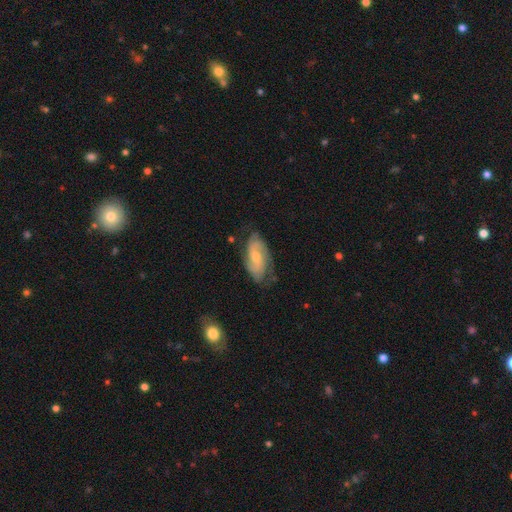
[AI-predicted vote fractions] Overall: featured or disk (73%). Edge-on disk: no (94%). Bar: no (55%; weak 37%). Spiral arms: yes (93%). Spiral arm count: 2 (66%). Spiral winding: medium (43%; tight 38%). Bulge size: moderate (48%; small 47%). Merging: none (70%).